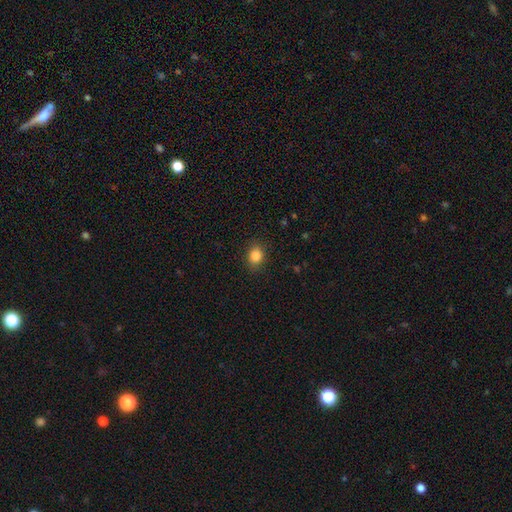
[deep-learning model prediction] Smooth or featured? smooth (84%)
How rounded? round (54%)
Merging? none (88%)